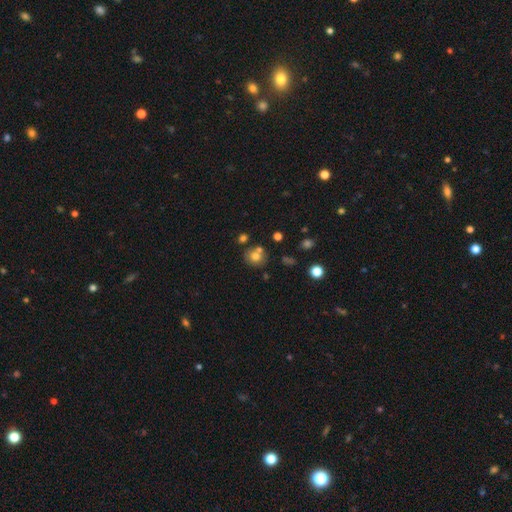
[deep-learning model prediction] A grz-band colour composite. It shows a smooth galaxy with no disk features (74%) that is round (80%). Merging: none (64%).